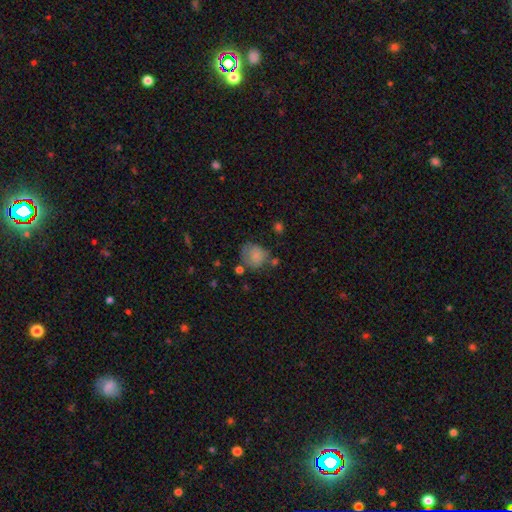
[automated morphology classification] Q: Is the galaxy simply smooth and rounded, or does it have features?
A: smooth — 77%.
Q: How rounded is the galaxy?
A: round — 69%.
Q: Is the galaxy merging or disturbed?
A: none — 49%.